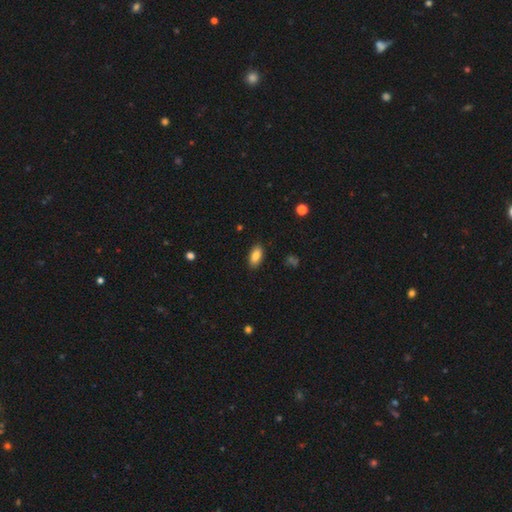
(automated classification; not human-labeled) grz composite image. It shows a smooth galaxy with no disk features (86%) that is in between round and cigar-shaped (90%). Merging: none (87%).